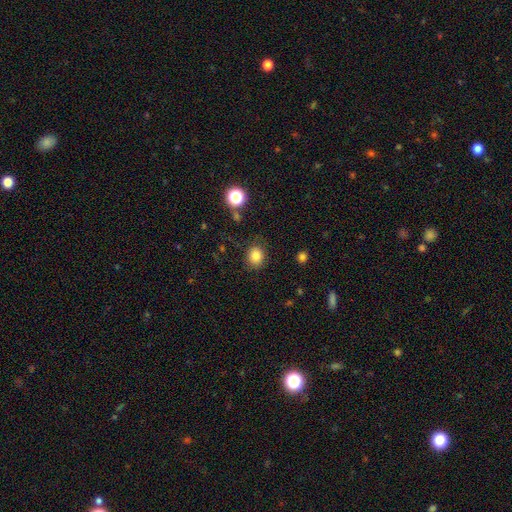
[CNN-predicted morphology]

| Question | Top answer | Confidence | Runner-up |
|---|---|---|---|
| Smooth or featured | smooth | 83% | star or artifact (12%) |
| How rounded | round | 68% | in between (31%) |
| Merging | none | 84% | minor disturbance (11%) |